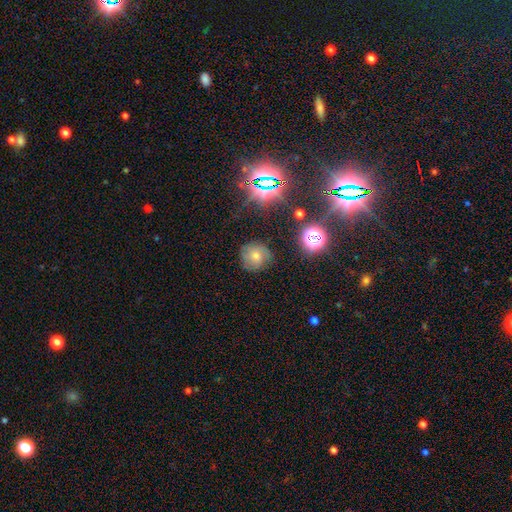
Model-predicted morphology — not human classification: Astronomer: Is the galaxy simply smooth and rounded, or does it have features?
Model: star or artifact — 35% (runner-up: featured or disk, 33%).